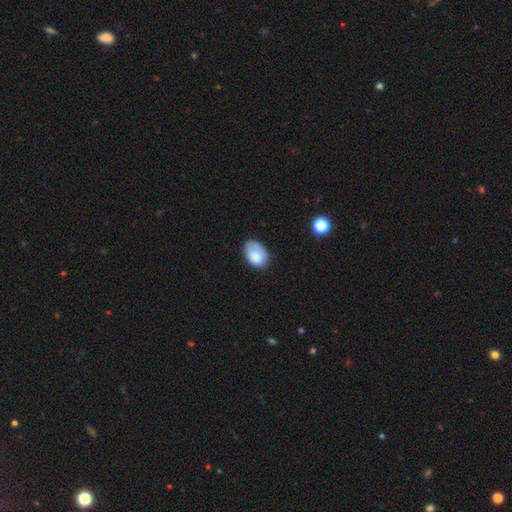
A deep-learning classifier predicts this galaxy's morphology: type=smooth (78%); roundness=in between (84%); merging=none (61%).